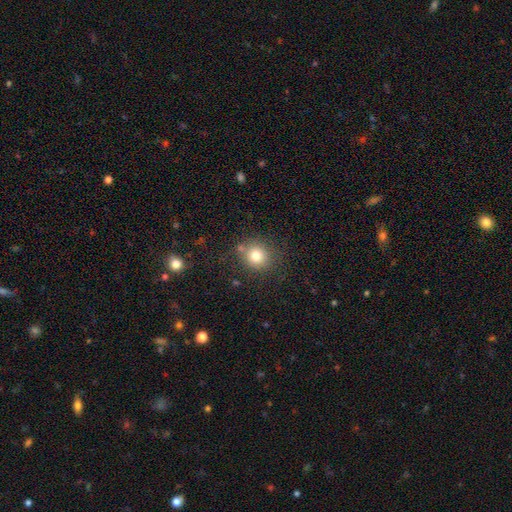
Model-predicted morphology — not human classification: Smooth or featured? smooth (78%)
How rounded? round (87%)
Merging? none (78%)